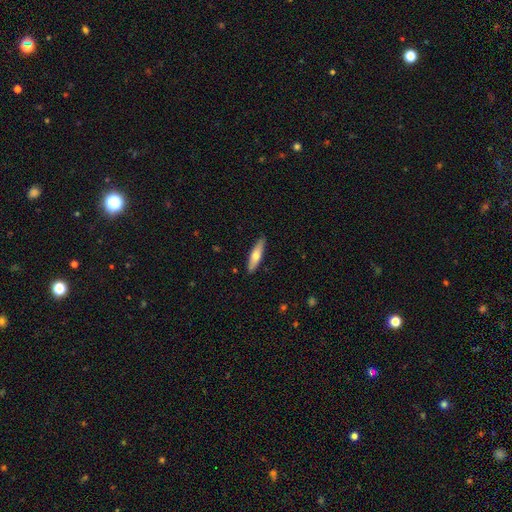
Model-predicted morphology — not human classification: This is likely a smooth galaxy (62%). How rounded: likely cigar-shaped (71%). Merging: clearly none (89%).